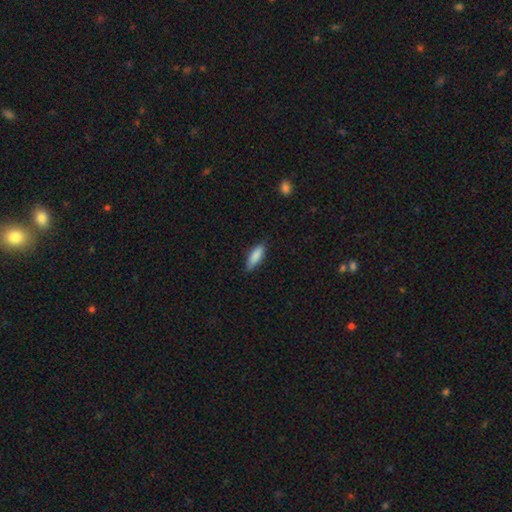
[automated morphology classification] Overall: smooth (85%). How rounded: in between (56%; cigar-shaped 42%). Merging: none (82%).